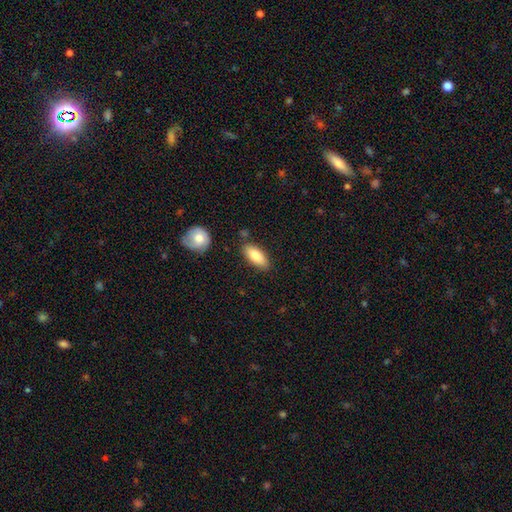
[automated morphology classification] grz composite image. It shows a smooth galaxy with no disk features (84%) that is in between round and cigar-shaped (82%). Merging: none (81%).